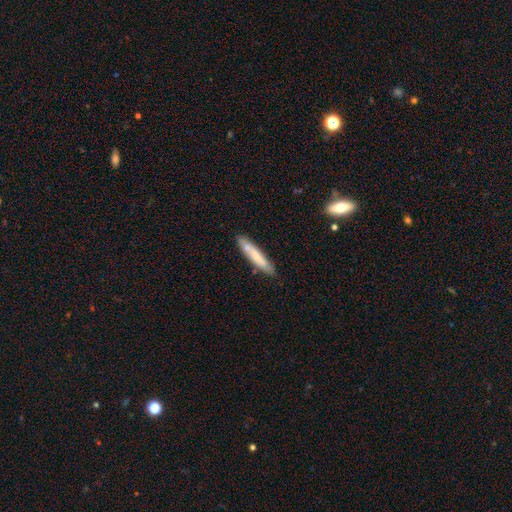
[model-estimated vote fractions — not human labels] smooth_or_featured: smooth (p=0.67) [alt: featured or disk p=0.28]
how_rounded: cigar-shaped (p=0.91) [alt: in between p=0.07]
merging: none (p=0.81) [alt: minor disturbance p=0.14]